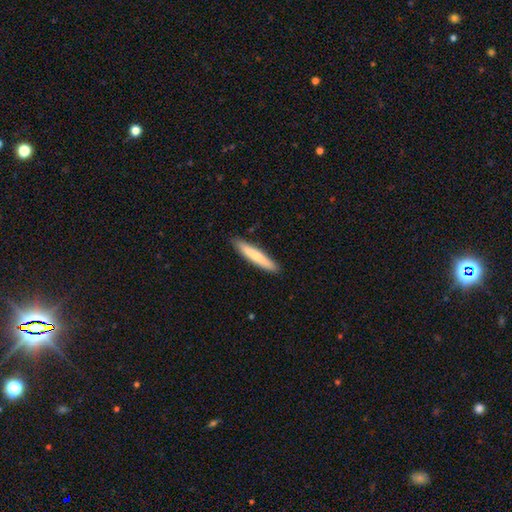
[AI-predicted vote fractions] smooth_or_featured: smooth (p=0.71) [alt: featured or disk p=0.24]
how_rounded: cigar-shaped (p=0.93) [alt: in between p=0.06]
merging: none (p=0.90) [alt: minor disturbance p=0.08]